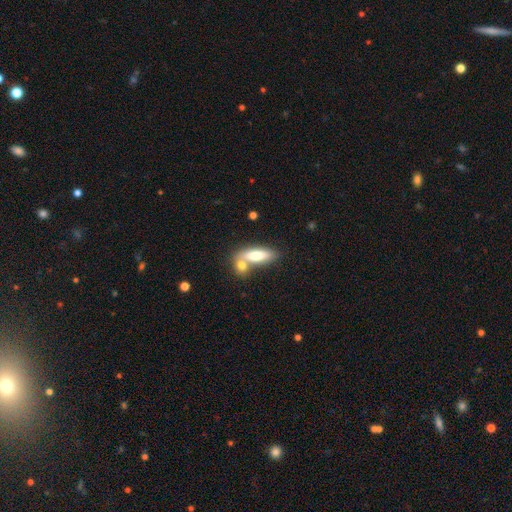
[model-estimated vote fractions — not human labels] Smooth or featured: smooth — 72% (featured or disk — 22%)
How rounded: in between — 57% (cigar-shaped — 39%)
Merging: none — 44% (merger — 41%)